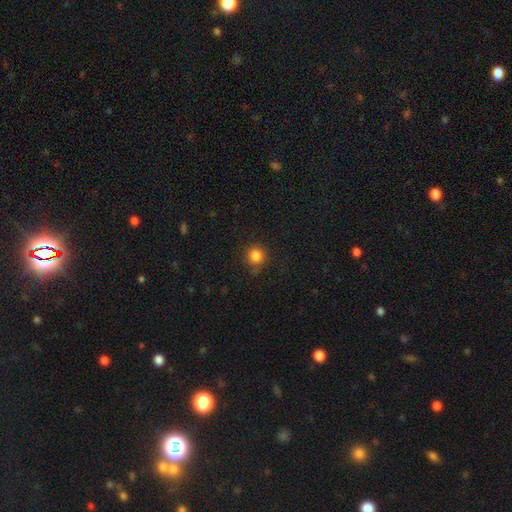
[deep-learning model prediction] Smooth or featured: smooth — 84% (star or artifact — 12%)
How rounded: round — 93% (in between — 6%)
Merging: none — 84% (minor disturbance — 11%)